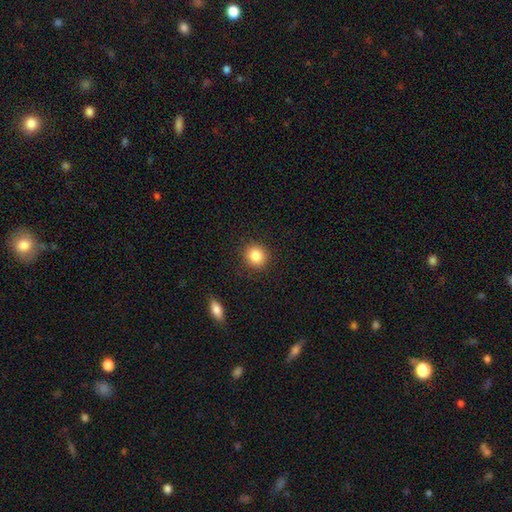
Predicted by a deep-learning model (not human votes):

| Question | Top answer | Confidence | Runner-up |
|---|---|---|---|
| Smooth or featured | smooth | 85% | star or artifact (9%) |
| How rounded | round | 86% | in between (13%) |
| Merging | none | 90% | minor disturbance (7%) |